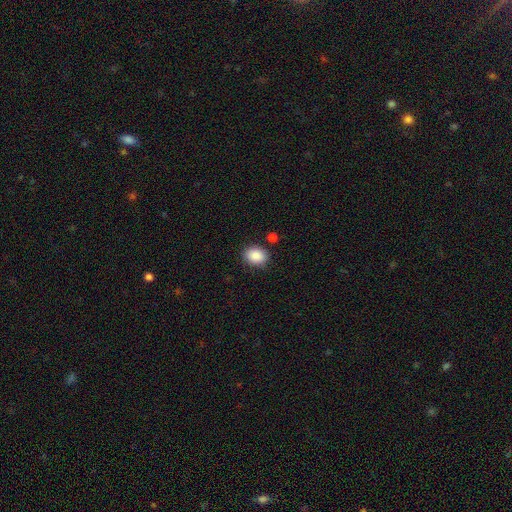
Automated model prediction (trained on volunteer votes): A smooth galaxy with no disk features (88%) that is in between round and cigar-shaped (58%).

Vote fractions:
- Smooth or featured? smooth: 88% / star or artifact: 8% / featured or disk: 4%
- How rounded? in between: 58% / round: 41% / cigar-shaped: 1%
- Merging? none: 83% / minor disturbance: 11% / merger: 3% / major disturbance: 3%